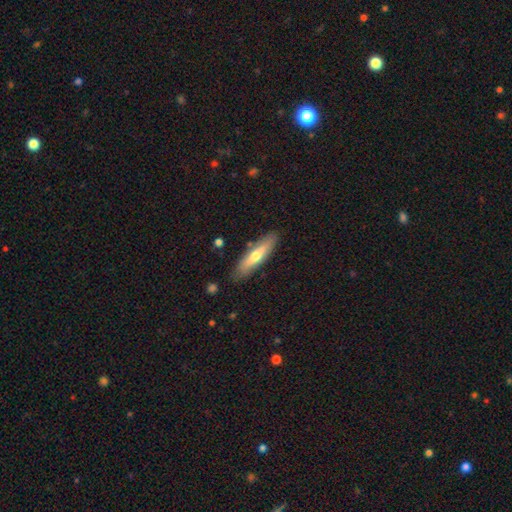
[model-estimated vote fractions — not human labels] smooth 53%, featured or disk 41%, star or artifact 6%. Down the decision tree: how rounded — cigar-shaped (70%); merging — none (84%).